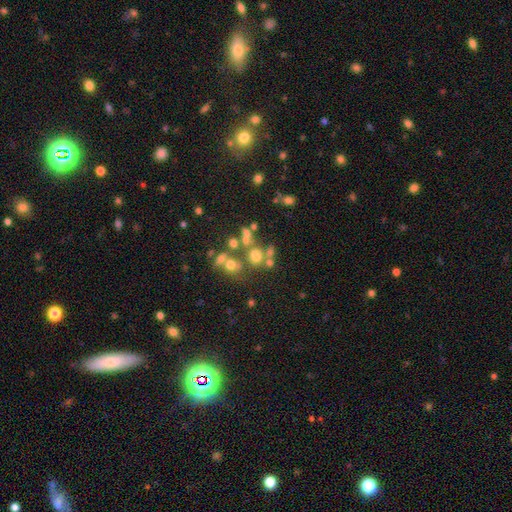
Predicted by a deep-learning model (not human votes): Q: Smooth or featured?
A: smooth (54%); runner-up: featured or disk (23%)
Q: How rounded?
A: round (69%); runner-up: in between (30%)
Q: Merging?
A: none (46%); runner-up: merger (34%)